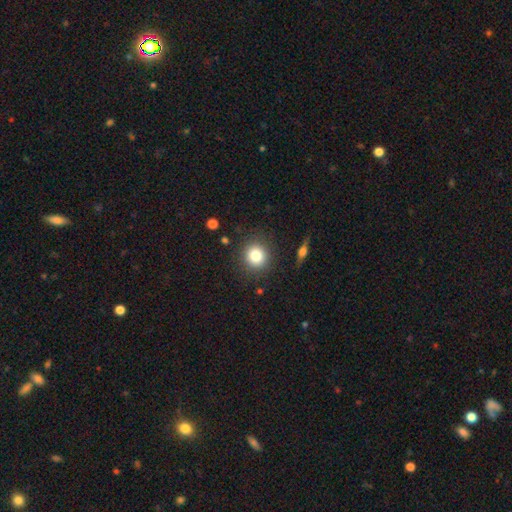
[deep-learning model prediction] Morphology: type=smooth (81%); roundness=round (91%); merging=none (88%).